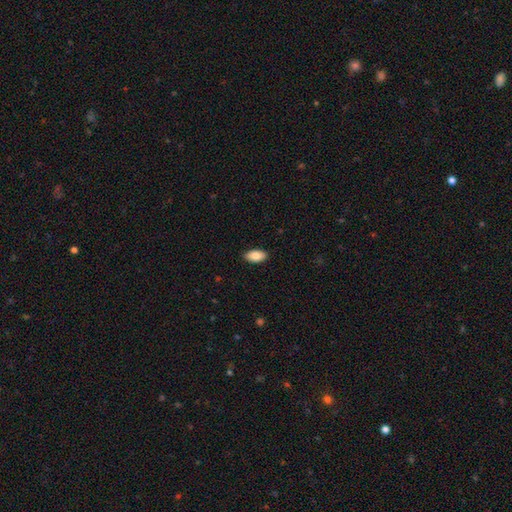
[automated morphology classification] smooth 86%, featured or disk 8%, star or artifact 7%. Down the decision tree: how rounded — in between (93%); merging — none (89%).